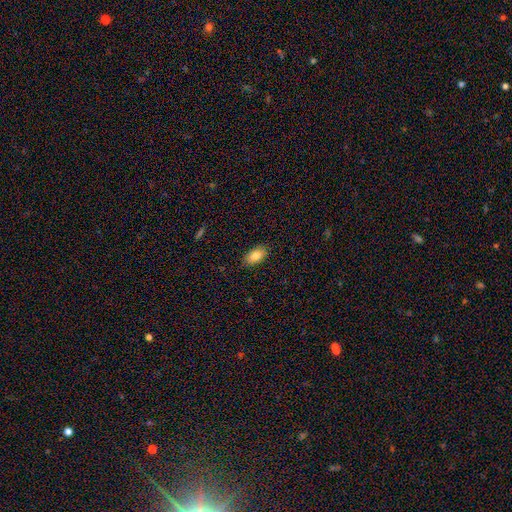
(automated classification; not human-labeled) Smooth or featured?
  - smooth: 82% *
  - featured or disk: 10%
  - star or artifact: 7%
How rounded?
  - in between: 92% *
  - round: 5%
  - cigar-shaped: 3%
Merging?
  - none: 87% *
  - minor disturbance: 10%
  - major disturbance: 2%
  - merger: 1%